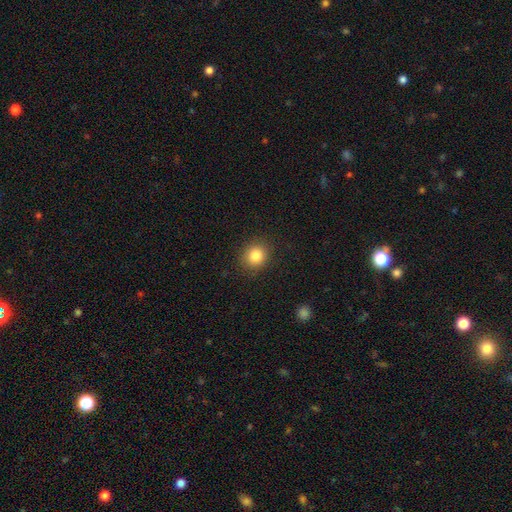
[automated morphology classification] Smooth or featured: smooth — 84% (star or artifact — 10%)
How rounded: round — 78% (in between — 21%)
Merging: none — 89% (minor disturbance — 7%)